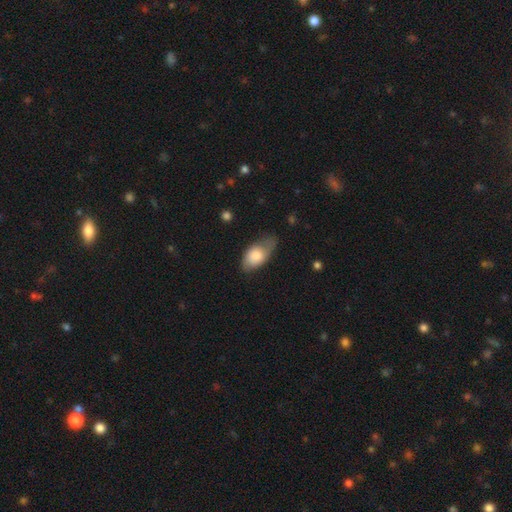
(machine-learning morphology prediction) Smooth or featured? Predicted: smooth (p=0.71). How rounded? Predicted: in between (p=0.90). Merging? Predicted: none (p=0.52).